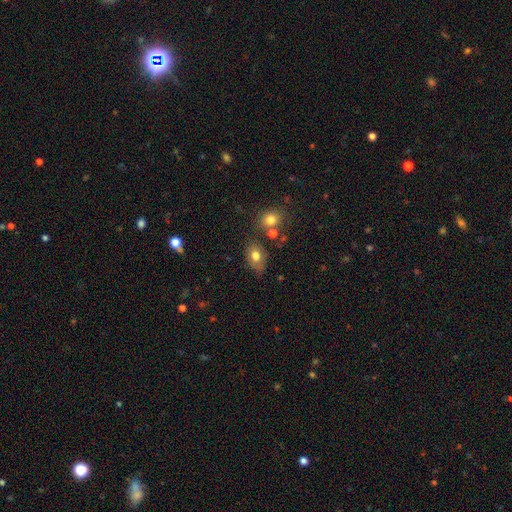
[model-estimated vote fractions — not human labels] Smooth or featured? Predicted: smooth (p=0.76). How rounded? Predicted: in between (p=0.76). Merging? Predicted: none (p=0.64).